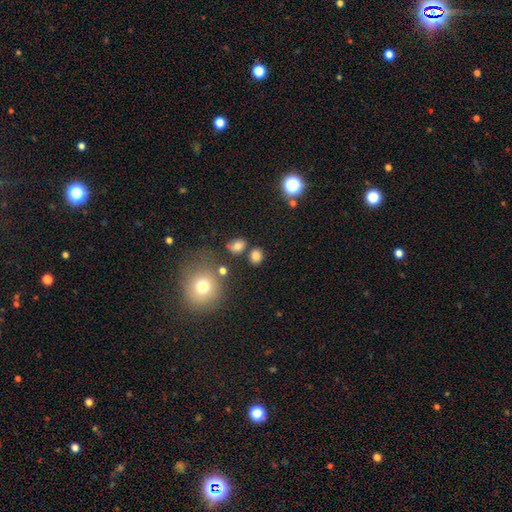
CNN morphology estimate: Smooth or featured? smooth (79%)
How rounded? round (59%)
Merging? none (72%)